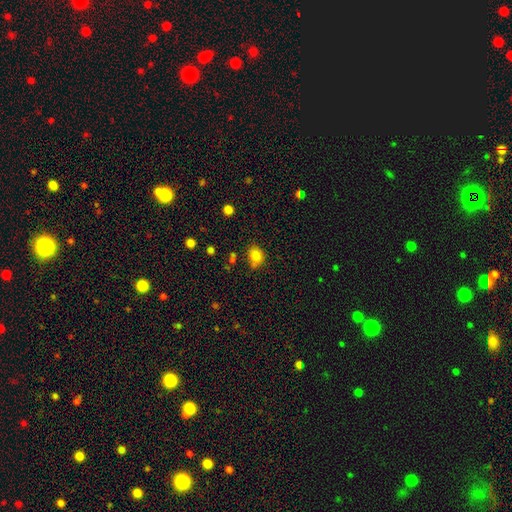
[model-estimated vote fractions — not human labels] A smooth galaxy with no disk features (82%) that is round (51%).

Vote fractions:
- Smooth or featured? smooth: 82% / star or artifact: 11% / featured or disk: 7%
- How rounded? round: 51% / in between: 48% / cigar-shaped: 1%
- Merging? none: 66% / minor disturbance: 22% / merger: 7% / major disturbance: 5%